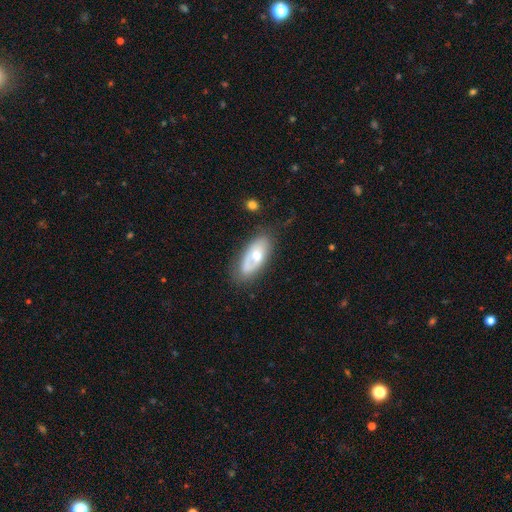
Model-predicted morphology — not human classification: This appears to be a smooth galaxy with no disk features (47%, tied with featured or disk). Merging: none (68%).